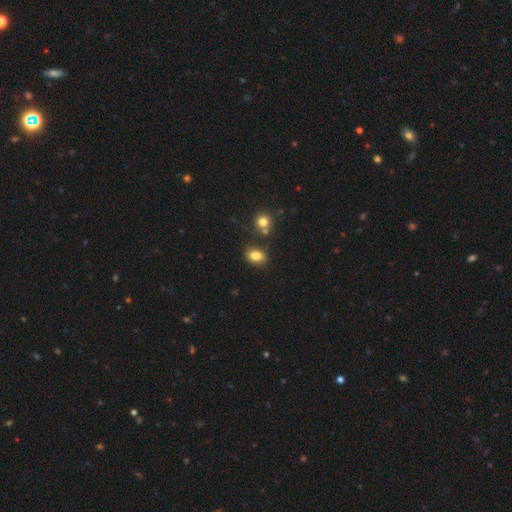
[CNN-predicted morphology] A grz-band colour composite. It shows a smooth galaxy with no disk features (82%) that is in between round and cigar-shaped (78%). Merging: none (75%).